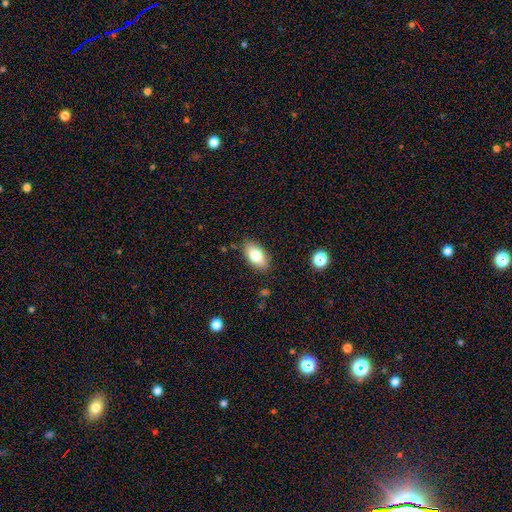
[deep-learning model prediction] A smooth galaxy with no disk features (77%) that is in between round and cigar-shaped (91%).

Vote fractions:
- Smooth or featured? smooth: 77% / featured or disk: 15% / star or artifact: 8%
- How rounded? in between: 91% / round: 5% / cigar-shaped: 4%
- Merging? none: 85% / minor disturbance: 11% / major disturbance: 3% / merger: 1%